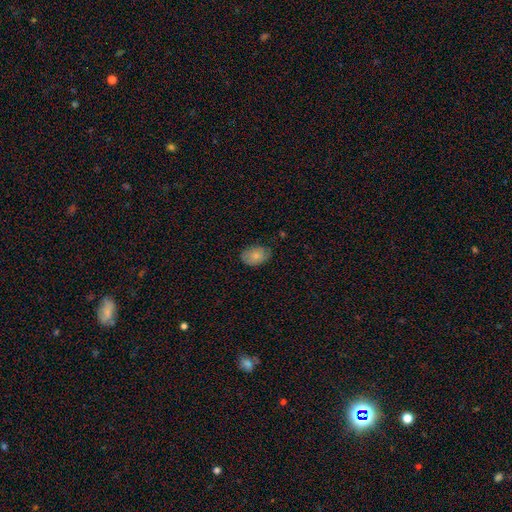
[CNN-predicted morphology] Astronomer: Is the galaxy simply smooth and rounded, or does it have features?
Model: smooth — 79%.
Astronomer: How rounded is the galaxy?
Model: in between — 84%.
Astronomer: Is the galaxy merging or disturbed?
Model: none — 71%.